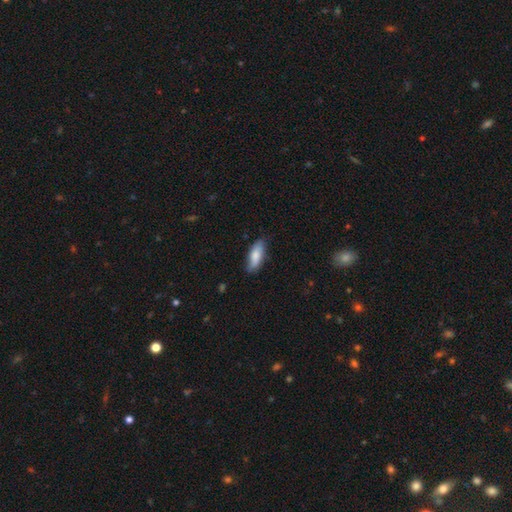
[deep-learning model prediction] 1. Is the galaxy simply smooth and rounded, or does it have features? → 80% smooth, 14% featured or disk, 6% star or artifact.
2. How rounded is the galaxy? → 71% in between, 27% cigar-shaped, 2% round.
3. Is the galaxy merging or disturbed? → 76% none, 19% minor disturbance, 3% major disturbance, 1% merger.